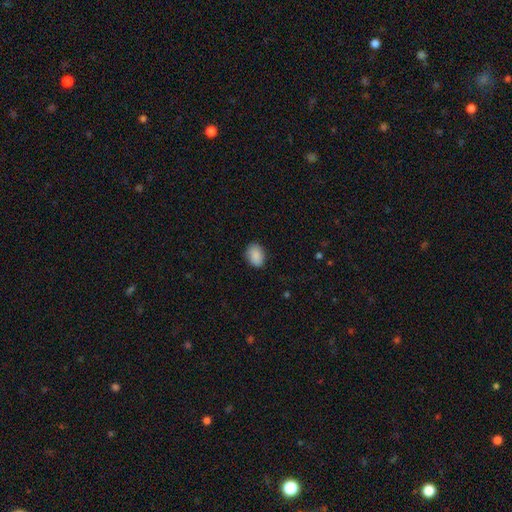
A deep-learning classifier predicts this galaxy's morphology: Smooth or featured? smooth (89%)
How rounded? in between (75%)
Merging? none (84%)